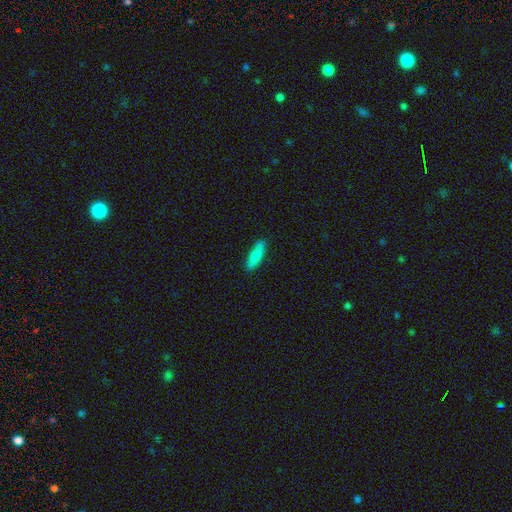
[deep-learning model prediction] A smooth galaxy with no disk features (85%) that is cigar-shaped (56%).

Vote fractions:
- Smooth or featured? smooth: 85% / featured or disk: 9% / star or artifact: 6%
- How rounded? cigar-shaped: 56% / in between: 42% / round: 2%
- Merging? none: 82% / minor disturbance: 14% / major disturbance: 2% / merger: 2%